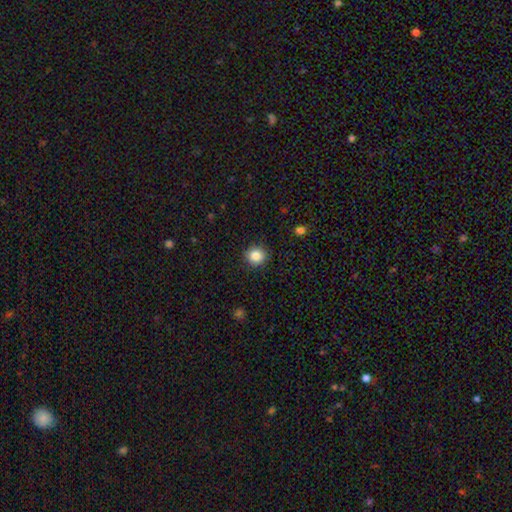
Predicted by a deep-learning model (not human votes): smooth 86%, star or artifact 10%, featured or disk 4%. Down the decision tree: how rounded — round (89%); merging — none (90%).